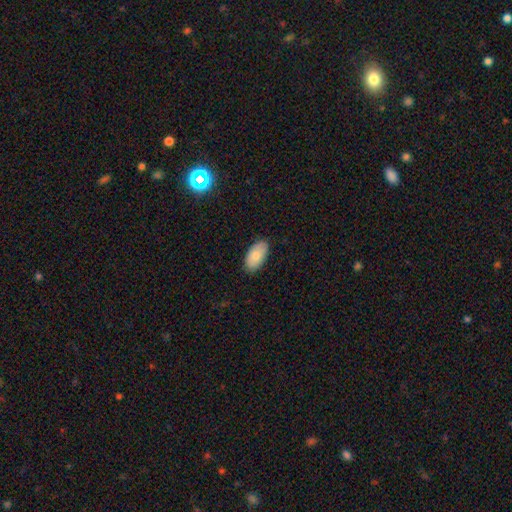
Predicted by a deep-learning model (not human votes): Smooth or featured? Predicted: smooth (p=0.82). How rounded? Predicted: in between (p=0.95). Merging? Predicted: none (p=0.86).